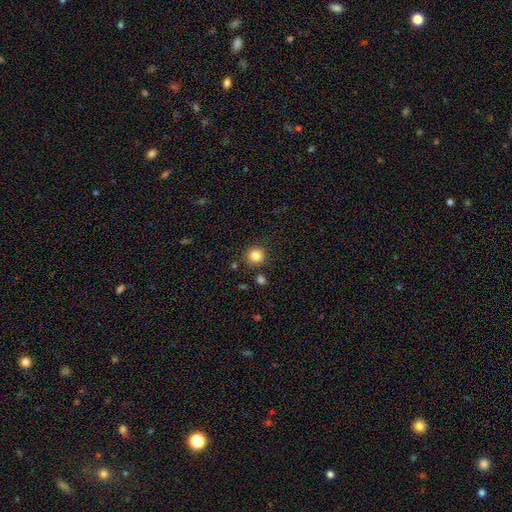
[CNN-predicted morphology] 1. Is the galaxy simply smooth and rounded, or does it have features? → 83% smooth, 11% star or artifact, 5% featured or disk.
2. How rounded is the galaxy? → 92% round, 7% in between, 1% cigar-shaped.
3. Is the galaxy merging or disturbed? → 87% none, 7% minor disturbance, 4% merger, 2% major disturbance.